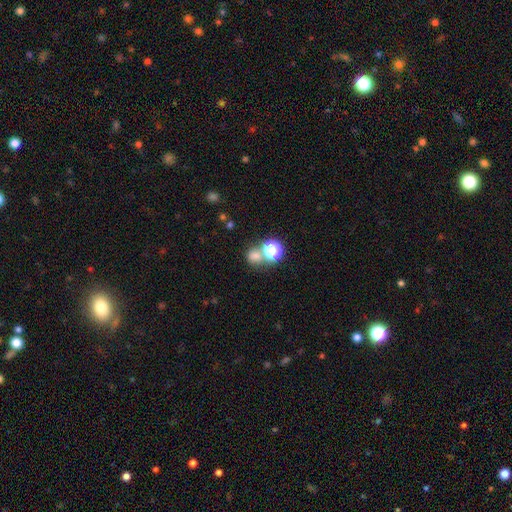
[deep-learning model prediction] Overall: smooth (66%). How rounded: round (73%). Merging: none (53%; merger 33%).